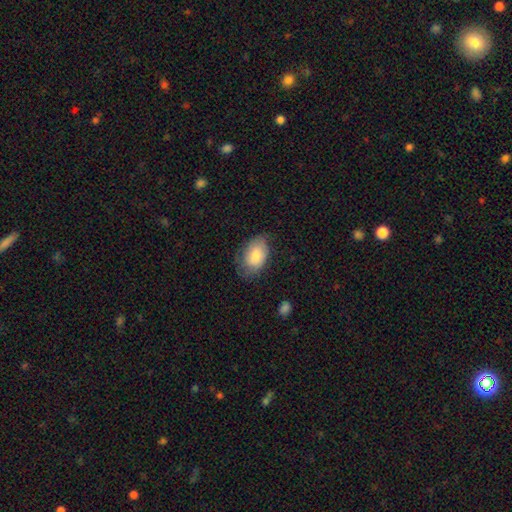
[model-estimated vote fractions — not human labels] Smooth or featured?
  - smooth: 77% *
  - featured or disk: 16%
  - star or artifact: 7%
How rounded?
  - in between: 88% *
  - round: 10%
  - cigar-shaped: 1%
Merging?
  - none: 63% *
  - minor disturbance: 28%
  - major disturbance: 8%
  - merger: 1%